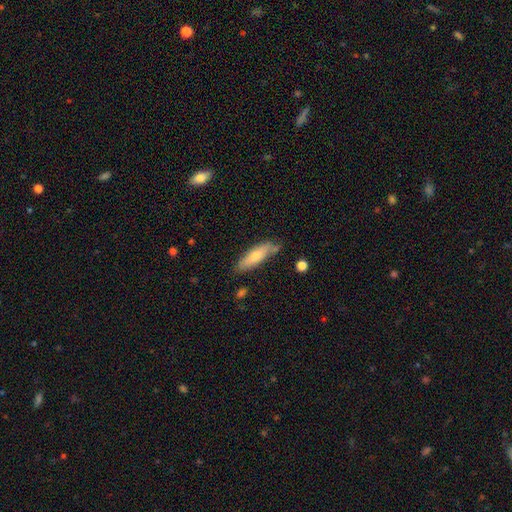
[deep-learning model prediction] A smooth galaxy with no disk features (67%) that is cigar-shaped (60%). Merging: none (73%).